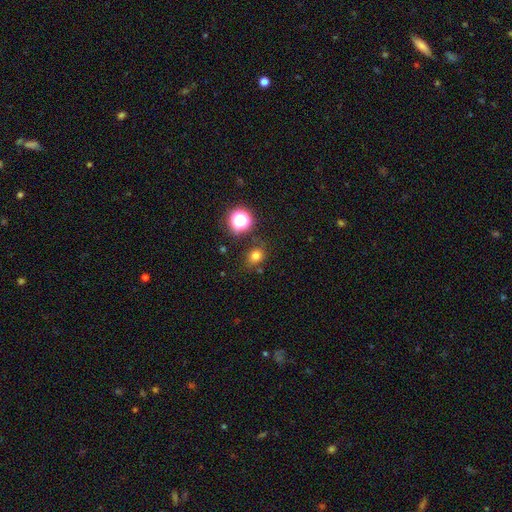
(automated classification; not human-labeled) Smooth or featured?
  - smooth: 74% *
  - star or artifact: 19%
  - featured or disk: 7%
How rounded?
  - round: 61% *
  - in between: 38%
  - cigar-shaped: 1%
Merging?
  - none: 76% *
  - minor disturbance: 15%
  - merger: 5%
  - major disturbance: 4%